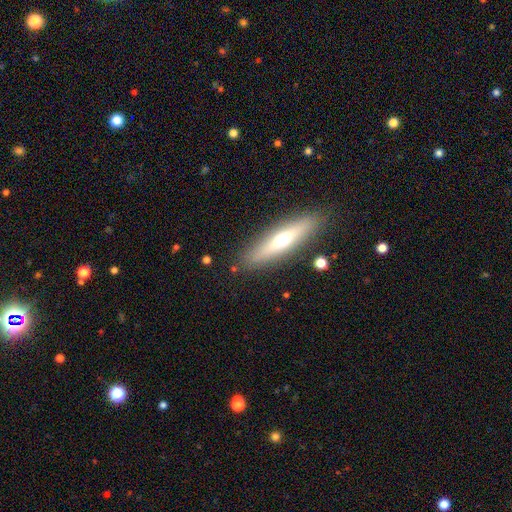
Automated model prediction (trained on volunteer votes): Overall: featured or disk (48%; smooth 45%). Merging: none (87%).